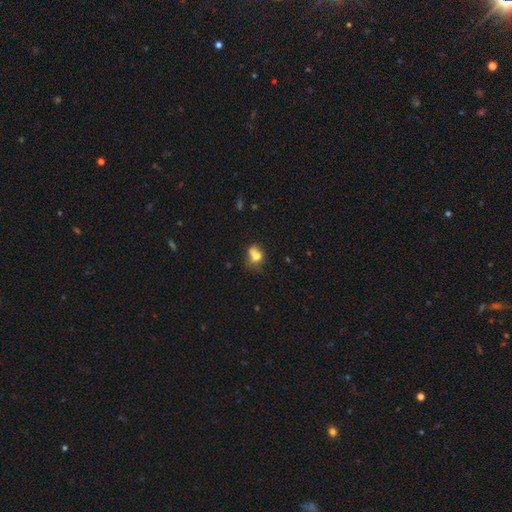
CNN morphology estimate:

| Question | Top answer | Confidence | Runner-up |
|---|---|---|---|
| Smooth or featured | smooth | 67% | featured or disk (21%) |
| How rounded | round | 49% | in between (48%) |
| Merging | merger | 44% | none (28%) |